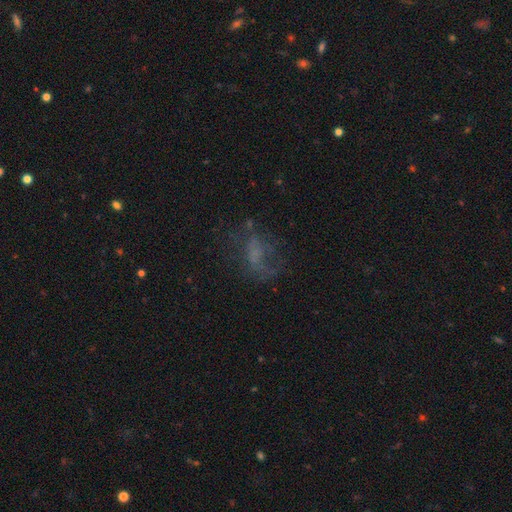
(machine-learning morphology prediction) featured or disk 41%, smooth 35%, star or artifact 24%. Down the decision tree: merging — none (47%).